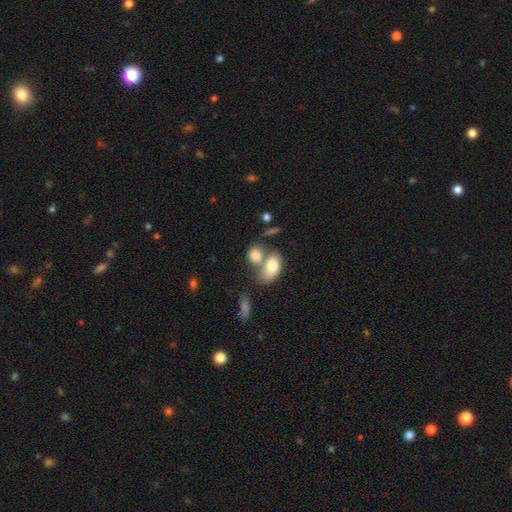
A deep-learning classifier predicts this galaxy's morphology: smooth-or-featured: smooth: 79% | featured or disk: 12% | star or artifact: 8%
  how-rounded: in between: 66% | round: 31% | cigar-shaped: 3%
  merging: merger: 55% | none: 29% | minor disturbance: 10% | major disturbance: 6%